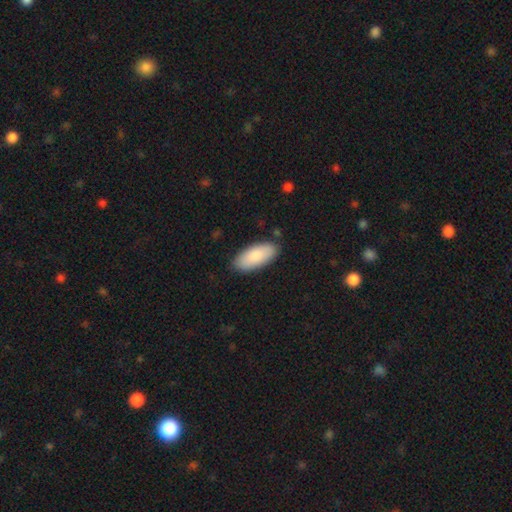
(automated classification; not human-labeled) Q: Smooth or featured?
A: smooth (87%); runner-up: featured or disk (8%)
Q: How rounded?
A: in between (87%); runner-up: cigar-shaped (11%)
Q: Merging?
A: none (85%); runner-up: minor disturbance (11%)